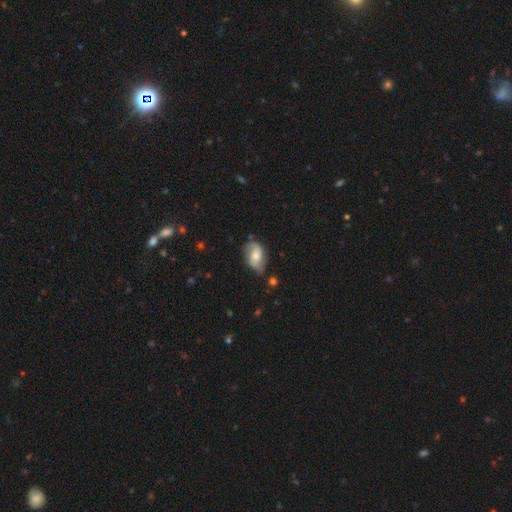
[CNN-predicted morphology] Overall: smooth (49%; featured or disk 44%). Merging: none (58%; minor disturbance 30%).